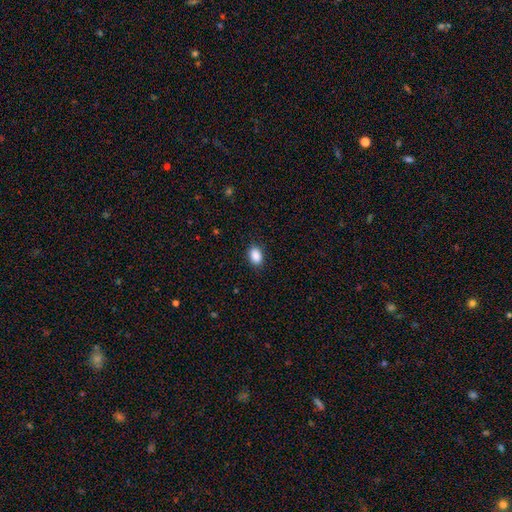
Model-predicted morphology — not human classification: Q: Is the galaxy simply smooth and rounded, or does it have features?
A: smooth — 89%.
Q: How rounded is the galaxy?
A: in between — 85%.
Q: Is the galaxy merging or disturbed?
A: none — 88%.